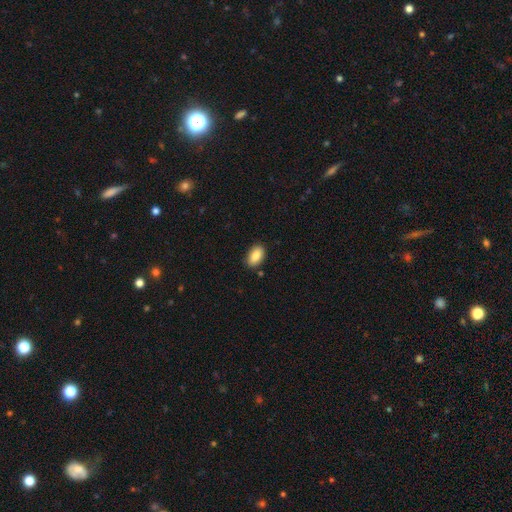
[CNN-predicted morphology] smooth 86%, star or artifact 7%, featured or disk 7%. Down the decision tree: how rounded — in between (92%); merging — none (87%).